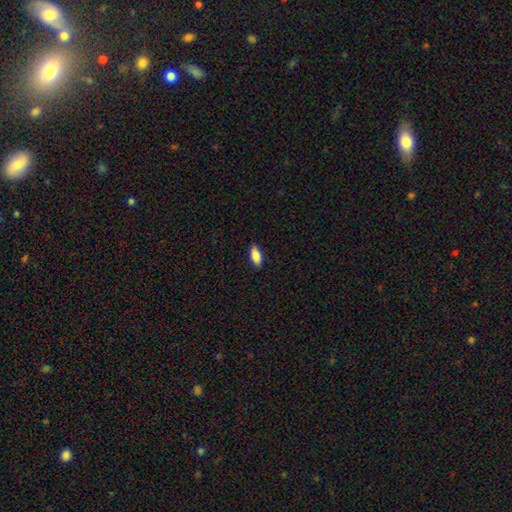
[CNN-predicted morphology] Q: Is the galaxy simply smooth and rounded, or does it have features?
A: smooth — 86%.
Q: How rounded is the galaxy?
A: in between — 82%.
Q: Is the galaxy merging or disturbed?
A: none — 88%.